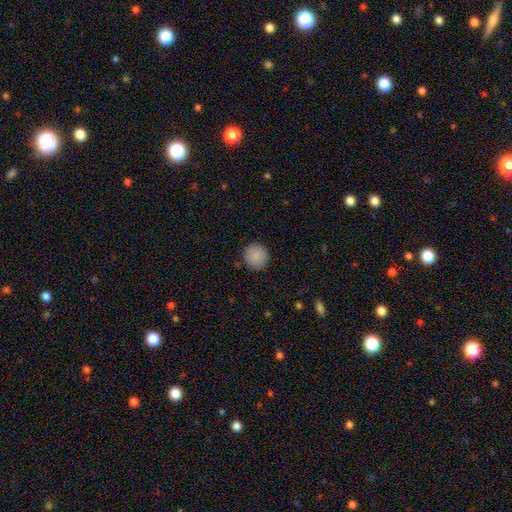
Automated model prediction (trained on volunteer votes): The model was most divided on "smooth or featured": smooth: 89%, star or artifact: 8%, featured or disk: 4%. More confident: how rounded — round (92%); merging — none (89%).